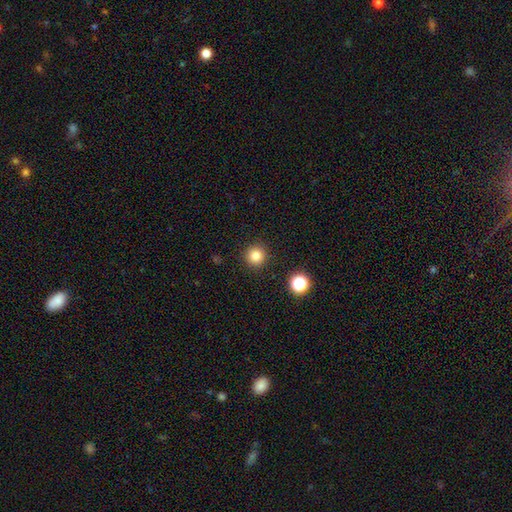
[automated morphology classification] A smooth galaxy with no disk features (81%) that is round (95%).

Vote fractions:
- Smooth or featured? smooth: 81% / star or artifact: 13% / featured or disk: 5%
- How rounded? round: 95% / in between: 4% / cigar-shaped: 1%
- Merging? none: 91% / minor disturbance: 5% / major disturbance: 2% / merger: 1%